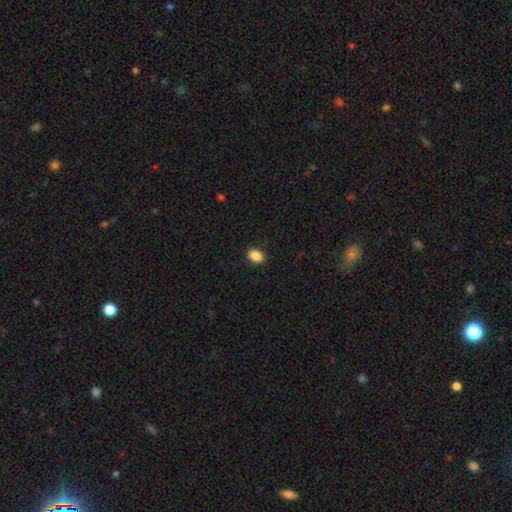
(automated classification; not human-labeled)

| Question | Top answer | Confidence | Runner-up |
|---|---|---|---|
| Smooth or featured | smooth | 88% | star or artifact (9%) |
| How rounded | in between | 78% | round (20%) |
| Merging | none | 89% | minor disturbance (8%) |